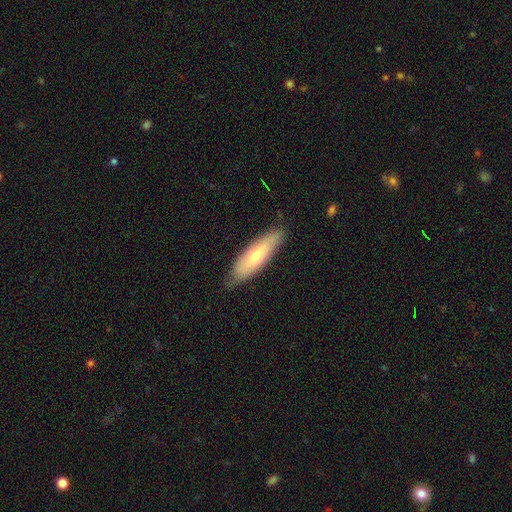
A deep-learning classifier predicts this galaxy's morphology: Smooth or featured: smooth — 55% (featured or disk — 37%)
How rounded: cigar-shaped — 59% (in between — 39%)
Merging: none — 85% (minor disturbance — 12%)